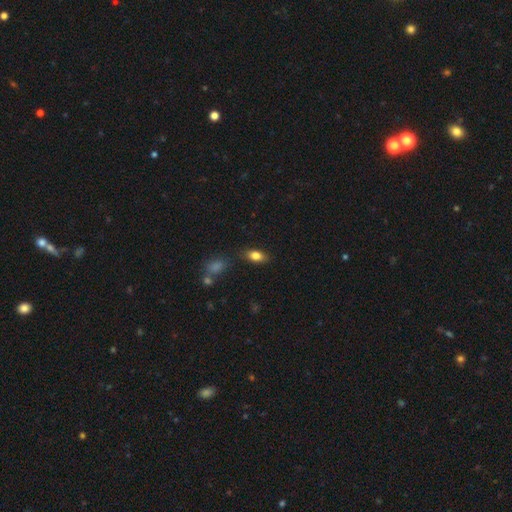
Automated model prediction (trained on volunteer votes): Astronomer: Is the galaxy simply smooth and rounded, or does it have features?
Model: smooth — 81%.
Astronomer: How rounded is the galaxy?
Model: in between — 86%.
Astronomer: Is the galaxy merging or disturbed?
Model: none — 81%.